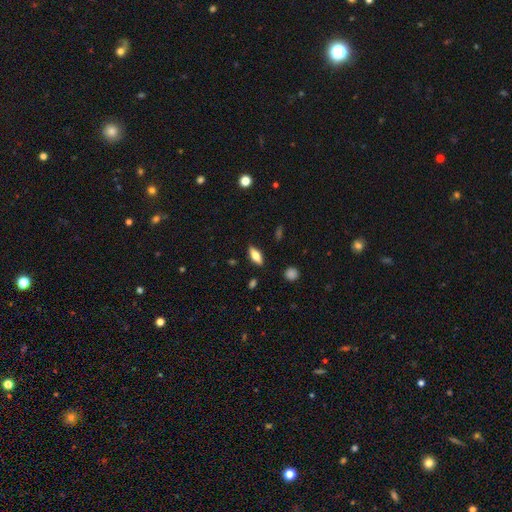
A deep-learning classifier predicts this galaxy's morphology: smooth_or_featured: smooth (p=0.57) [alt: featured or disk p=0.35]
how_rounded: in between (p=0.69) [alt: cigar-shaped p=0.28]
merging: none (p=0.86) [alt: minor disturbance p=0.10]